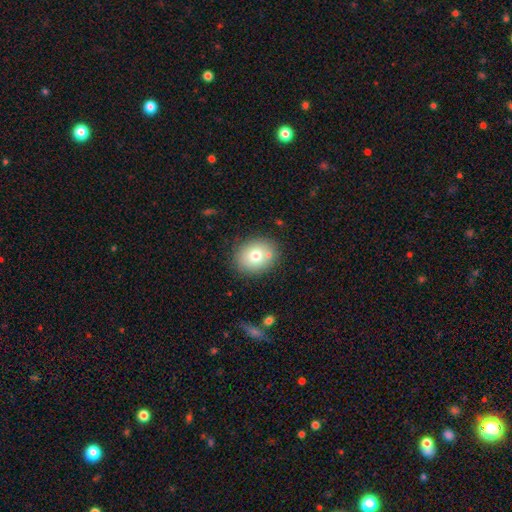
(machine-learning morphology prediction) smooth_or_featured: smooth (p=0.75) [alt: featured or disk p=0.15]
how_rounded: round (p=0.56) [alt: in between p=0.43]
merging: none (p=0.80) [alt: minor disturbance p=0.11]